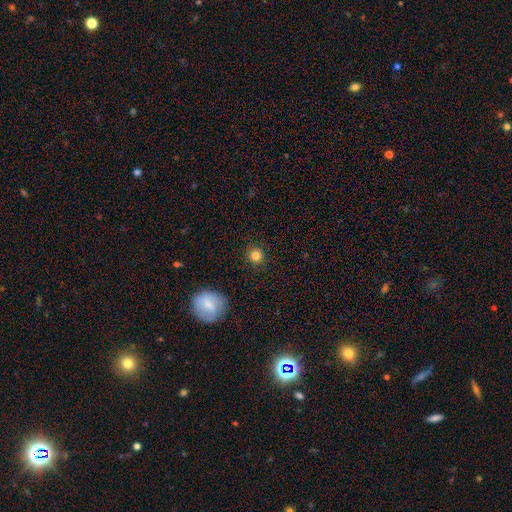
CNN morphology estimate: A smooth galaxy with no disk features (81%) that is round (92%).

Vote fractions:
- Smooth or featured? smooth: 81% / star or artifact: 12% / featured or disk: 6%
- How rounded? round: 92% / in between: 7% / cigar-shaped: 1%
- Merging? none: 90% / minor disturbance: 6% / major disturbance: 2% / merger: 1%